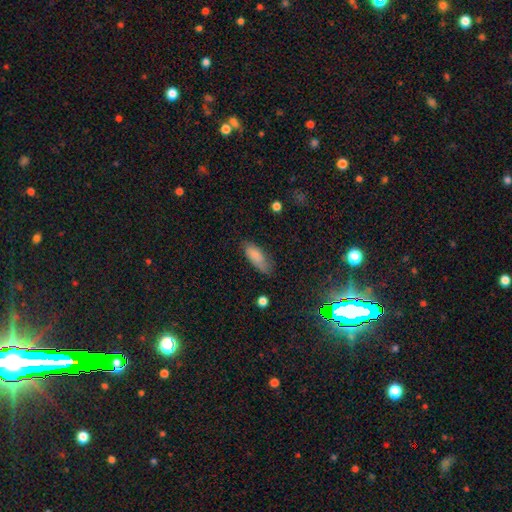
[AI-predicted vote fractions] smooth 79%, featured or disk 13%, star or artifact 7%. Down the decision tree: how rounded — in between (76%); merging — none (62%).